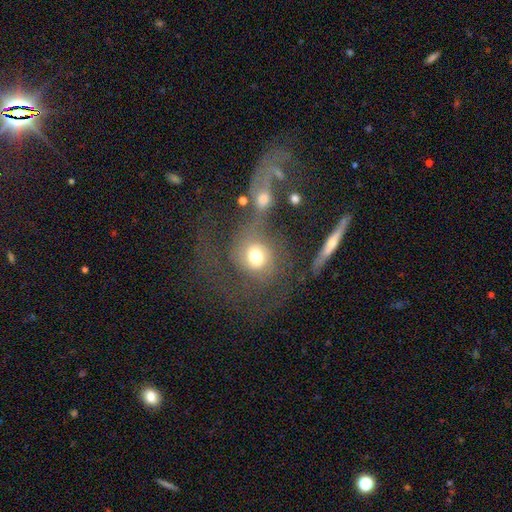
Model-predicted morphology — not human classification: Smooth or featured? Predicted: smooth (p=0.47). Merging? Predicted: merger (p=0.42).